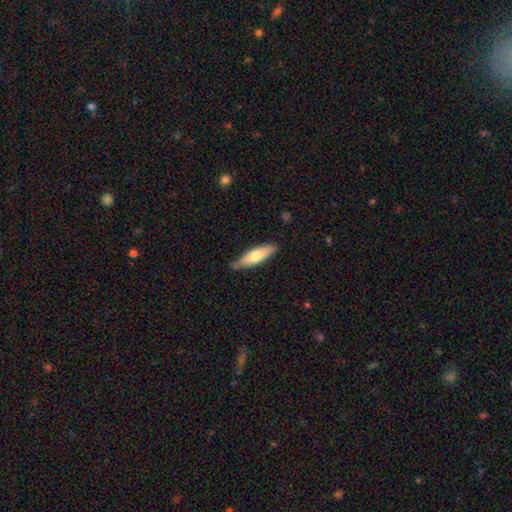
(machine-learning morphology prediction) smooth_or_featured: smooth (p=0.71) [alt: featured or disk p=0.24]
how_rounded: cigar-shaped (p=0.60) [alt: in between p=0.38]
merging: none (p=0.75) [alt: minor disturbance p=0.20]